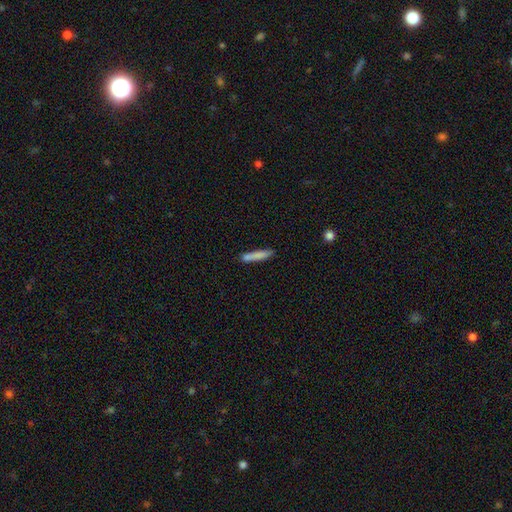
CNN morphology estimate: The model was most divided on "merging": none: 77%, minor disturbance: 14%, merger: 7%, major disturbance: 3%. More confident: how rounded — cigar-shaped (91%); smooth or featured — smooth (80%).